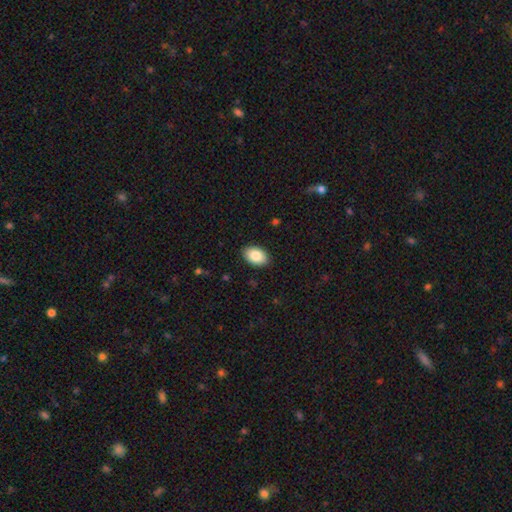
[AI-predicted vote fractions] smooth-or-featured: smooth: 87% | featured or disk: 7% | star or artifact: 7%
  how-rounded: in between: 89% | round: 10% | cigar-shaped: 1%
  merging: none: 89% | minor disturbance: 8% | major disturbance: 2% | merger: 1%